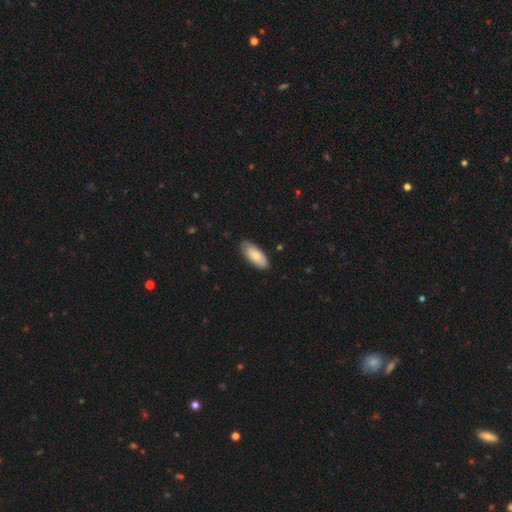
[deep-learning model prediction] Q: Smooth or featured?
A: smooth (77%); runner-up: featured or disk (17%)
Q: How rounded?
A: in between (85%); runner-up: cigar-shaped (13%)
Q: Merging?
A: none (79%); runner-up: minor disturbance (18%)